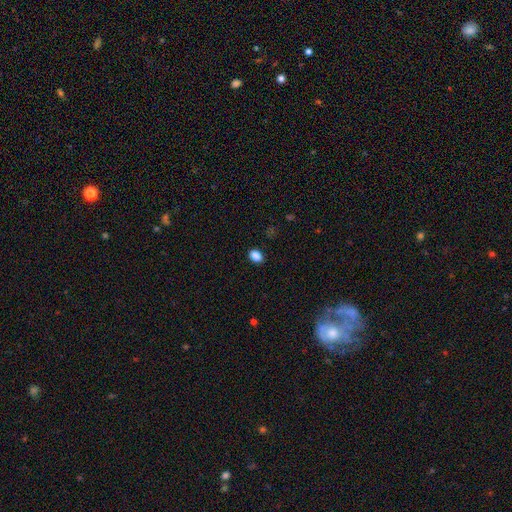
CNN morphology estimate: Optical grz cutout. It shows a smooth galaxy with no disk features (86%) that is in between round and cigar-shaped (75%). Merging: none (89%).